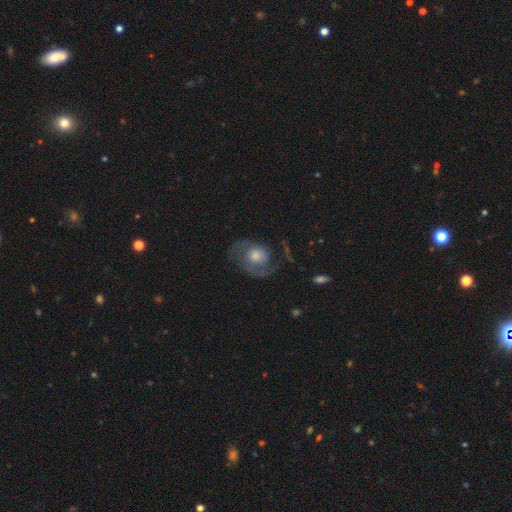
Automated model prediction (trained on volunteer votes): Morphology: type=featured or disk (71%); edge-on=no (97%); bar=no (78%); spiral arms=yes (85%); winding=medium (45%); arm count=2 (70%); bulge=moderate (56%); merging=none (61%).